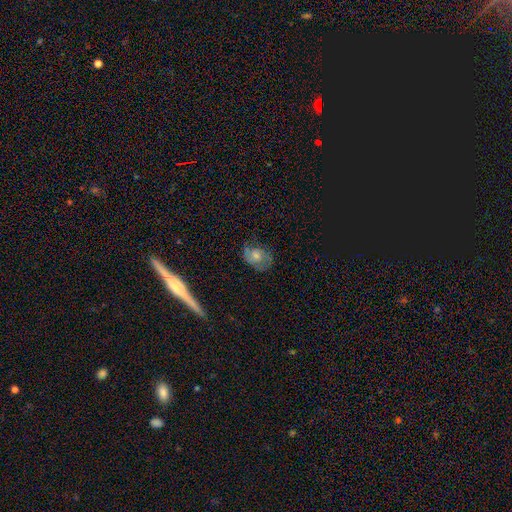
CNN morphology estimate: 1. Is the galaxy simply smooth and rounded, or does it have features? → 51% smooth, 40% featured or disk, 9% star or artifact.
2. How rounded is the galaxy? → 62% in between, 36% round, 2% cigar-shaped.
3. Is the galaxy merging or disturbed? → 53% none, 27% minor disturbance, 18% major disturbance, 2% merger.